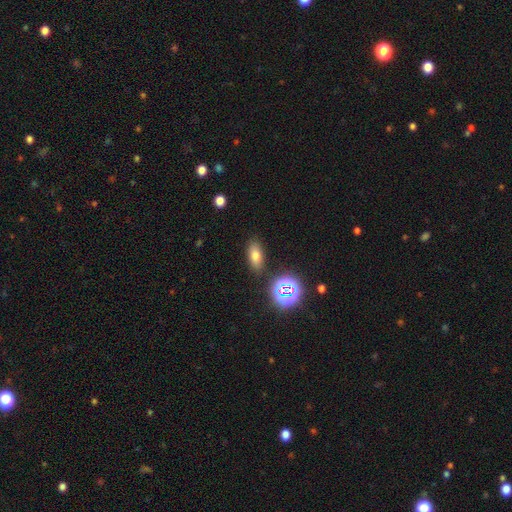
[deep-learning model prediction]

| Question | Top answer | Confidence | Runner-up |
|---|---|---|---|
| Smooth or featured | smooth | 69% | star or artifact (19%) |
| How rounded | in between | 80% | cigar-shaped (11%) |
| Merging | none | 85% | minor disturbance (9%) |